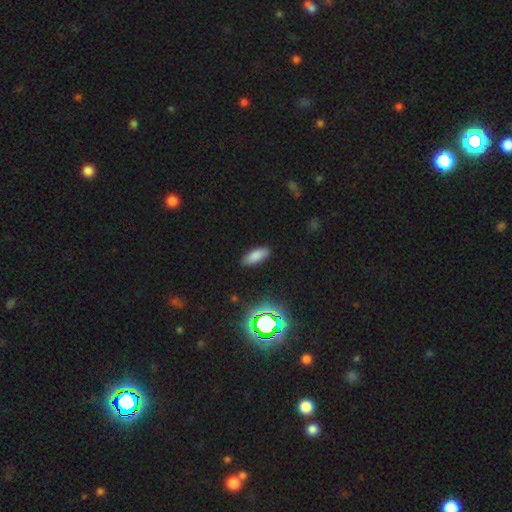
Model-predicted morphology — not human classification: type=smooth (80%); roundness=in between (78%); merging=none (88%).